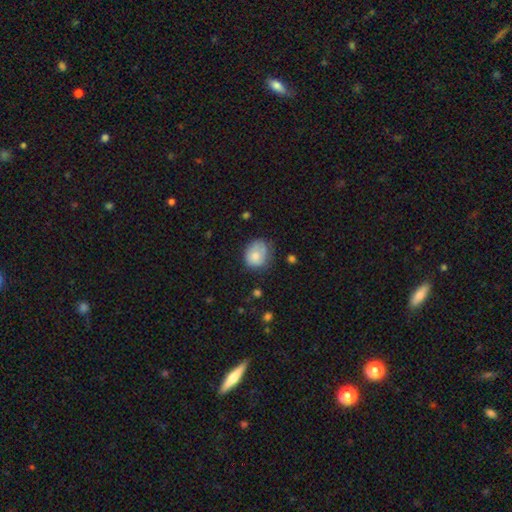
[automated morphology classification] type=smooth (74%); roundness=round (58%); merging=none (55%).